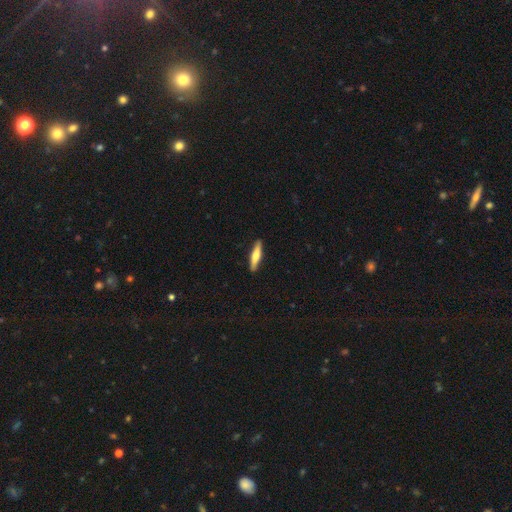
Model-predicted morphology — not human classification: Overall: smooth (61%; featured or disk 34%). How rounded: cigar-shaped (83%). Merging: none (90%).